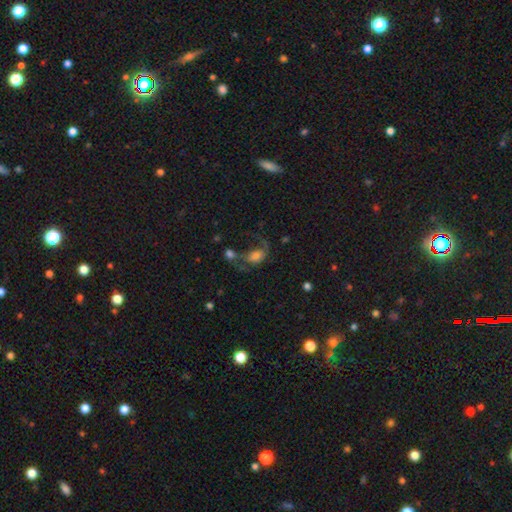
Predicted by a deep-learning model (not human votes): Smooth or featured? Predicted: smooth (p=0.44, tied with featured or disk). Merging? Predicted: major disturbance (p=0.38).